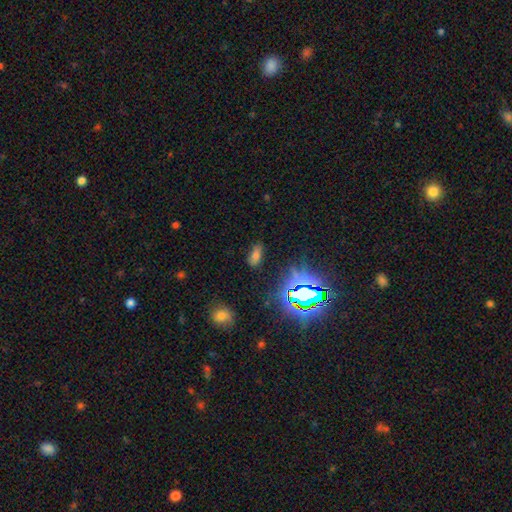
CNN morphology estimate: Smooth or featured?
  - smooth: 57% *
  - star or artifact: 32%
  - featured or disk: 11%
How rounded?
  - in between: 85% *
  - cigar-shaped: 9%
  - round: 6%
Merging?
  - none: 77% *
  - minor disturbance: 14%
  - major disturbance: 5%
  - merger: 3%